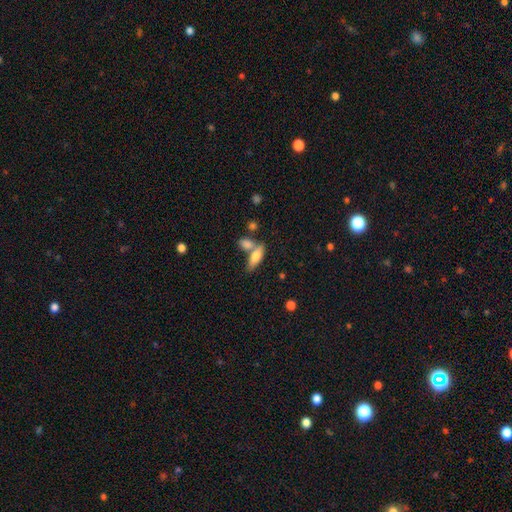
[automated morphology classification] A smooth galaxy with no disk features (72%) that is in between round and cigar-shaped (64%). Merging: none (49%).